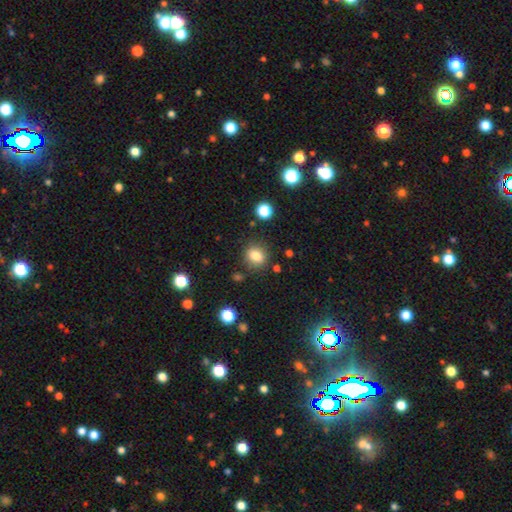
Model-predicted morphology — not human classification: A smooth galaxy with no disk features (82%) that is round (68%).

Vote fractions:
- Smooth or featured? smooth: 82% / star or artifact: 11% / featured or disk: 7%
- How rounded? round: 68% / in between: 31% / cigar-shaped: 1%
- Merging? none: 81% / minor disturbance: 11% / major disturbance: 4% / merger: 3%